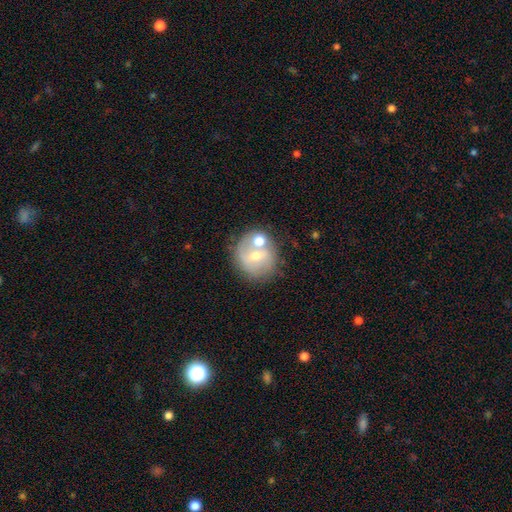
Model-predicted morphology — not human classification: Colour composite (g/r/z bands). It shows a featured or disk galaxy (46%). Merging: none (52%).